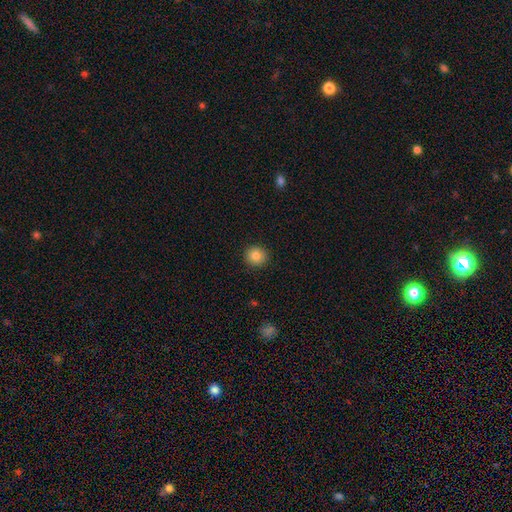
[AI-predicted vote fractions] Smooth or featured: smooth — 85% (star or artifact — 10%)
How rounded: round — 91% (in between — 8%)
Merging: none — 92% (minor disturbance — 5%)